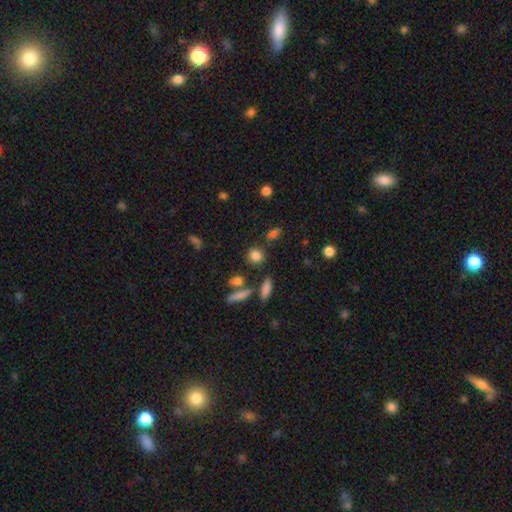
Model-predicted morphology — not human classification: Smooth or featured?
  - smooth: 81% *
  - star or artifact: 12%
  - featured or disk: 7%
How rounded?
  - round: 71% *
  - in between: 25%
  - cigar-shaped: 3%
Merging?
  - none: 75% *
  - minor disturbance: 11%
  - merger: 9%
  - major disturbance: 4%